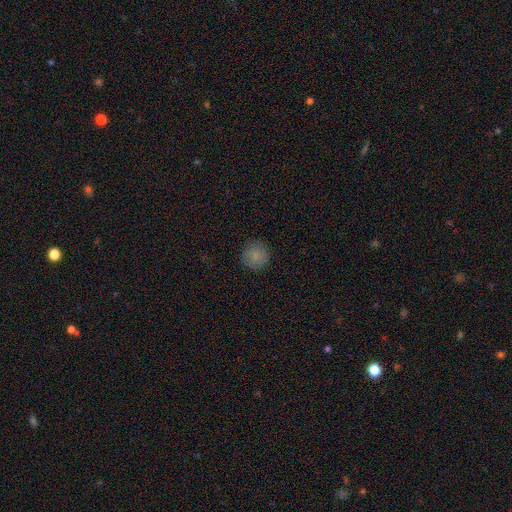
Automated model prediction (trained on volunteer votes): Smooth or featured?
  - smooth: 85% *
  - star or artifact: 10%
  - featured or disk: 5%
How rounded?
  - round: 93% *
  - in between: 6%
  - cigar-shaped: 1%
Merging?
  - none: 88% *
  - minor disturbance: 9%
  - major disturbance: 2%
  - merger: 1%